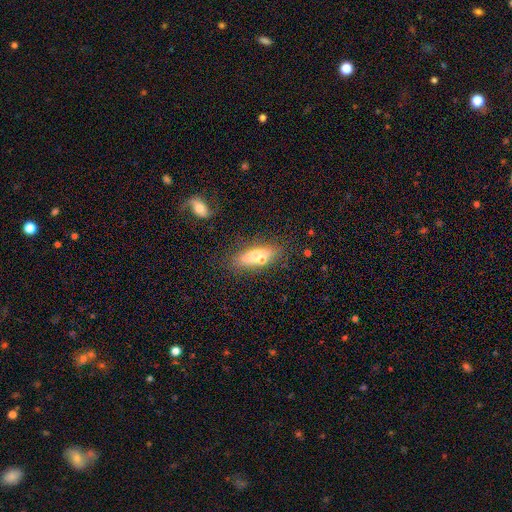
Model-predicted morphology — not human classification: smooth_or_featured: smooth (p=0.59) [alt: featured or disk p=0.32]
how_rounded: in between (p=0.53) [alt: cigar-shaped p=0.43]
merging: none (p=0.63) [alt: merger p=0.17]